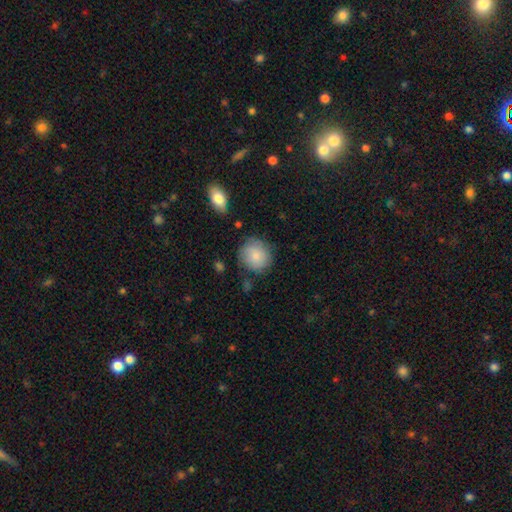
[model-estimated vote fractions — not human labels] smooth 85%, featured or disk 8%, star or artifact 7%. Down the decision tree: how rounded — round (86%); merging — none (77%).